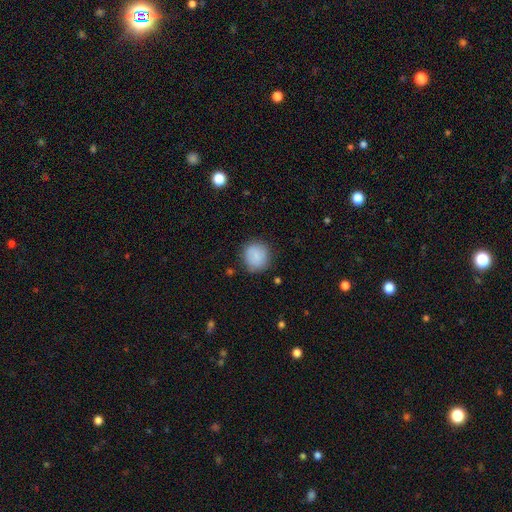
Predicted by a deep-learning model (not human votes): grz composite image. It shows a smooth galaxy with no disk features (85%) that is round (89%). Merging: none (83%).